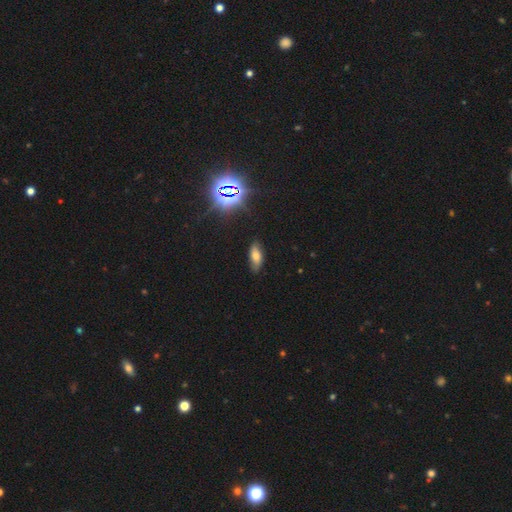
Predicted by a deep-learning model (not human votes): The model was most divided on "smooth or featured": smooth: 61%, featured or disk: 20%, star or artifact: 19%. More confident: merging — none (79%); how rounded — in between (79%).